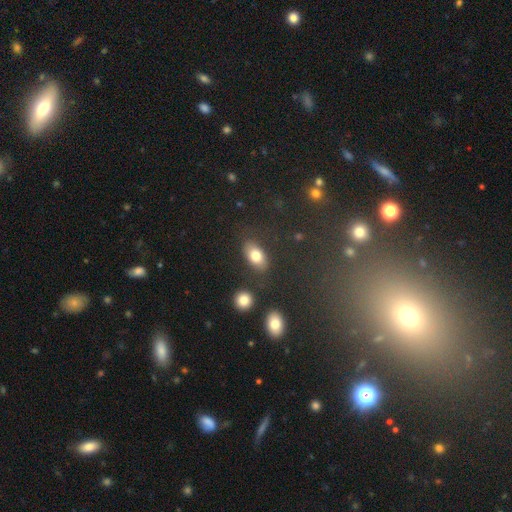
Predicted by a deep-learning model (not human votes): Overall: smooth (78%). How rounded: in between (87%). Merging: none (80%).